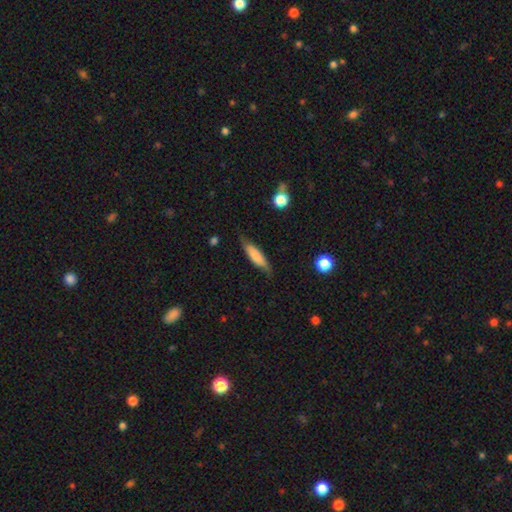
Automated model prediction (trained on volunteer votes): smooth 72%, featured or disk 22%, star or artifact 6%. Down the decision tree: how rounded — cigar-shaped (64%); merging — none (75%).